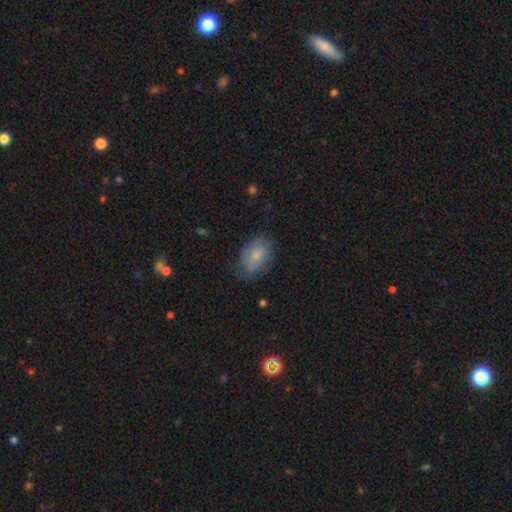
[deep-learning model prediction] This appears to be a smooth galaxy with no disk features (75%) that is in between round and cigar-shaped (86%). Merging: none (71%).